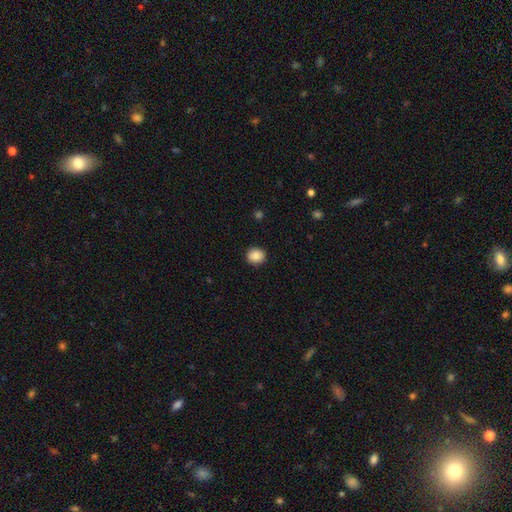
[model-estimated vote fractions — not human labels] Smooth or featured?
  - smooth: 88% *
  - star or artifact: 8%
  - featured or disk: 4%
How rounded?
  - round: 82% *
  - in between: 17%
  - cigar-shaped: 1%
Merging?
  - none: 91% *
  - minor disturbance: 6%
  - major disturbance: 2%
  - merger: 1%